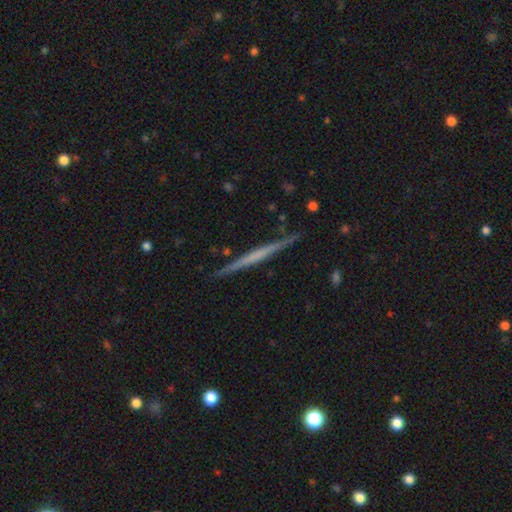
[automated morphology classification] type=featured or disk (64%); edge-on=yes (98%); edge-on bulge=none (81%); merging=none (90%).